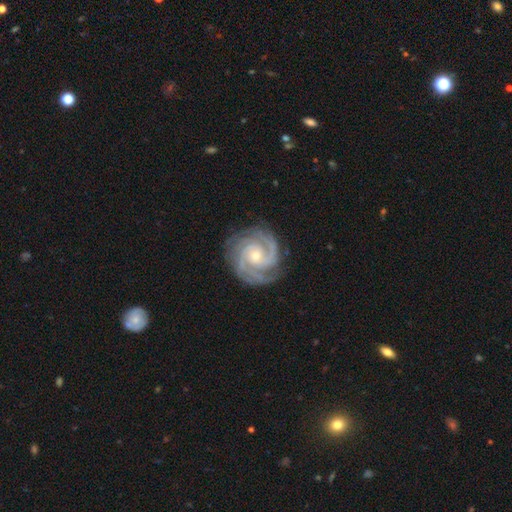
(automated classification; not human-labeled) A featured or disk galaxy (93%) with no bar (67%), 3 (42%) tight (74%) spiral arms (99%) and a small central bulge (63%).

Vote fractions:
- Smooth or featured? featured or disk: 93% / star or artifact: 4% / smooth: 3%
- Edge-on disk? no: 98% / yes: 2%
- Bar? no: 67% / weak: 25% / strong: 8%
- Spiral arms? yes: 99% / no: 1%
- Spiral winding? tight: 74% / medium: 24% / loose: 2%
- Spiral arm count? 3: 42% / 2: 30% / 4: 10% / can't tell: 8% / more than 4: 5% / 1: 5%
- Bulge size? small: 63% / moderate: 34% / large: 1% / none: 1% / dominant: 1%
- Merging? none: 83% / minor disturbance: 13% / major disturbance: 3% / merger: 1%